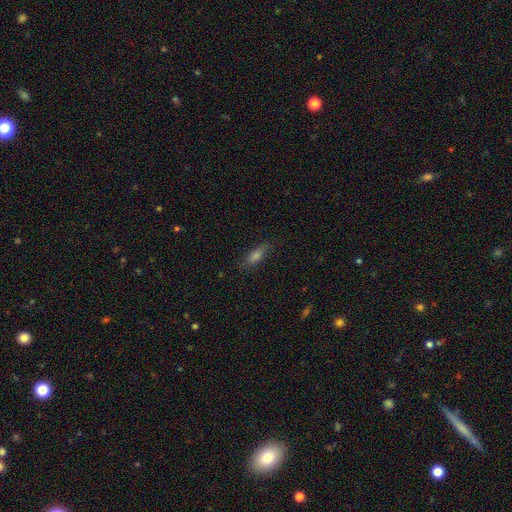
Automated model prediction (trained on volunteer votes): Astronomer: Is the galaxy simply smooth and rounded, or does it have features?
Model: smooth — 64%.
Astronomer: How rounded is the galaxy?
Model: in between — 51% (runner-up: cigar-shaped, 44%).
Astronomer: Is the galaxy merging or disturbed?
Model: none — 80%.